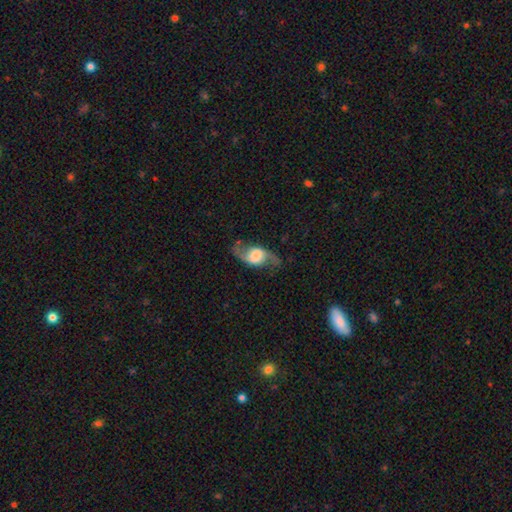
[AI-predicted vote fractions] smooth-or-featured: featured or disk: 78% | smooth: 15% | star or artifact: 7%
  disk-edge-on: no: 93% | yes: 7%
    bar: no: 47% | weak: 38% | strong: 15%
    has-spiral-arms: yes: 93% | no: 7%
      spiral-winding: loose: 68% | medium: 27% | tight: 6%
      spiral-arm-count: 2: 93% | can't tell: 2% | 1: 2% | 3: 1% | 4: 1% | more than 4: 1%
    bulge-size: large: 39% | moderate: 26% | small: 16% | dominant: 10% | none: 8%
  merging: none: 77% | minor disturbance: 14% | major disturbance: 8% | merger: 2%